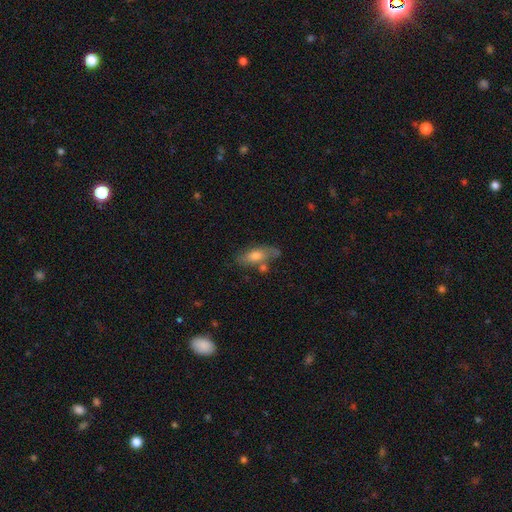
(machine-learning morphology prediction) Smooth or featured?
  - smooth: 62% *
  - featured or disk: 30%
  - star or artifact: 8%
How rounded?
  - in between: 69% *
  - cigar-shaped: 28%
  - round: 4%
Merging?
  - none: 60% *
  - minor disturbance: 21%
  - merger: 12%
  - major disturbance: 7%